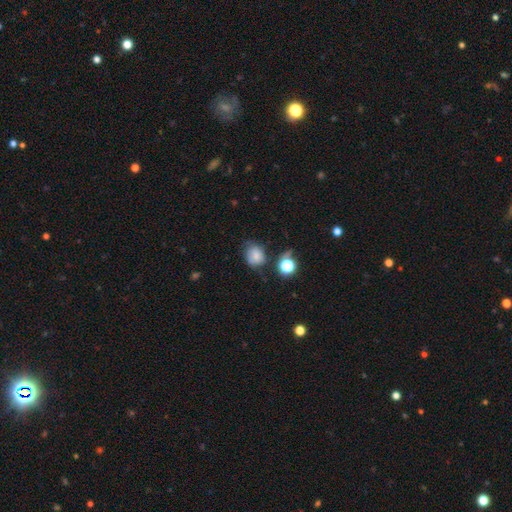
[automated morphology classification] smooth_or_featured: smooth (p=0.69) [alt: featured or disk p=0.17]
how_rounded: round (p=0.55) [alt: in between p=0.44]
merging: none (p=0.53) [alt: minor disturbance p=0.29]